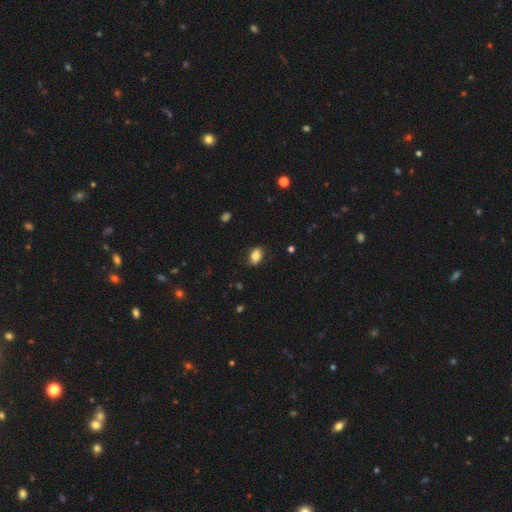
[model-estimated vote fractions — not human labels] Morphology: type=smooth (81%); roundness=in between (85%); merging=none (80%).